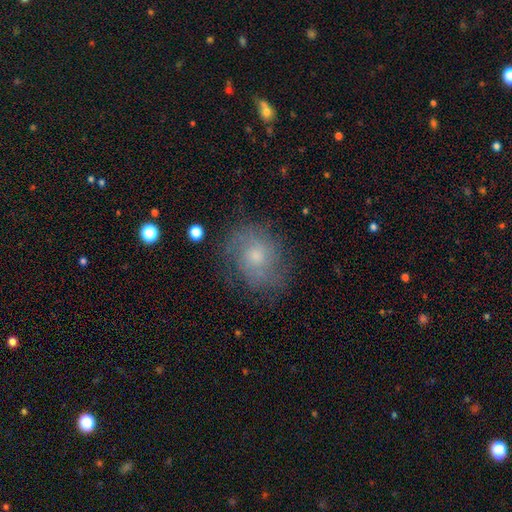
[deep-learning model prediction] Smooth or featured?
  - featured or disk: 52% *
  - smooth: 36%
  - star or artifact: 12%
Edge-on disk?
  - no: 97% *
  - yes: 3%
Bar?
  - no: 77% *
  - weak: 20%
  - strong: 3%
Spiral arms?
  - yes: 81% *
  - no: 19%
Bulge size?
  - small: 47% *
  - moderate: 44%
  - none: 4%
  - large: 4%
  - dominant: 1%
Merging?
  - none: 72% *
  - minor disturbance: 18%
  - major disturbance: 8%
  - merger: 1%